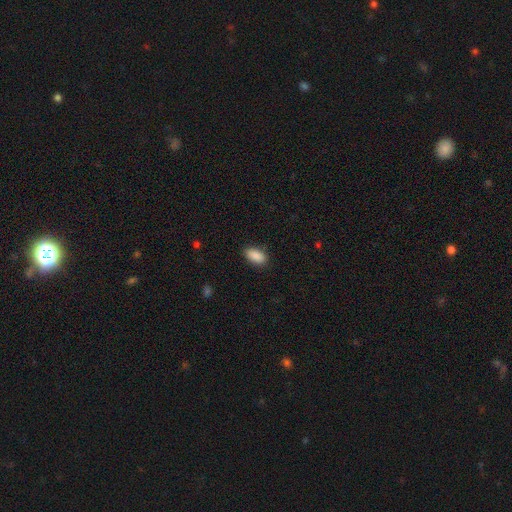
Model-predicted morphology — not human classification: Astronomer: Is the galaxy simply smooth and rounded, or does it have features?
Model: smooth — 90%.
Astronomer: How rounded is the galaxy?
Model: in between — 93%.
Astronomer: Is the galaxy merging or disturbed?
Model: none — 87%.